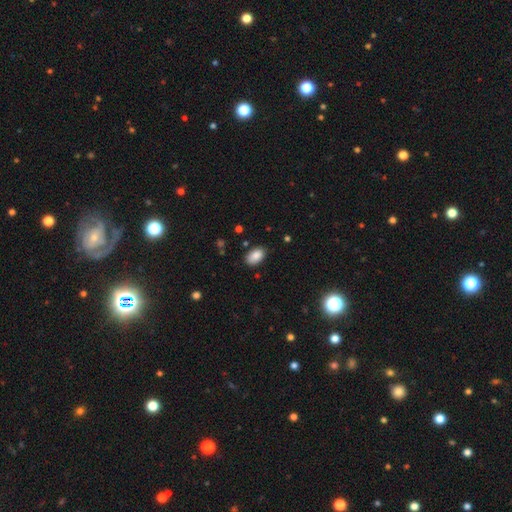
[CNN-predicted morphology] A smooth galaxy with no disk features (87%) that is in between round and cigar-shaped (92%). Merging: none (82%).